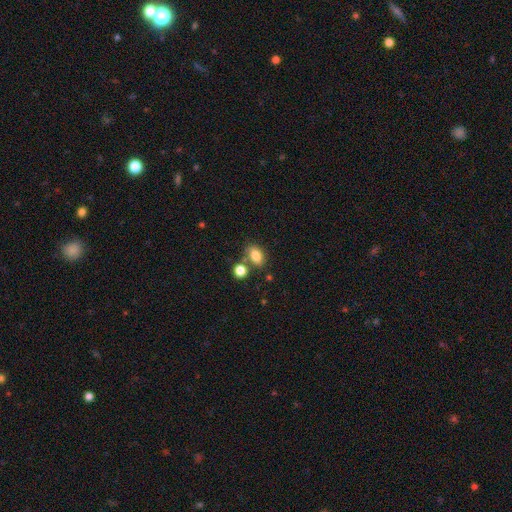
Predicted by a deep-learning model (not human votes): Smooth or featured: smooth — 81% (star or artifact — 10%)
How rounded: in between — 81% (round — 18%)
Merging: none — 61% (merger — 20%)